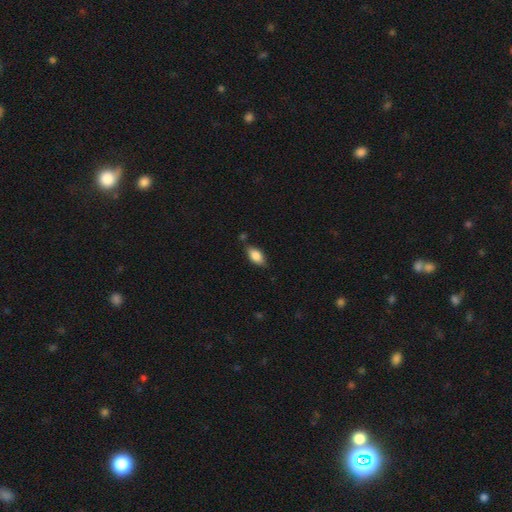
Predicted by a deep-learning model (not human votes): smooth 82%, featured or disk 11%, star or artifact 7%. Down the decision tree: how rounded — in between (90%); merging — none (75%).